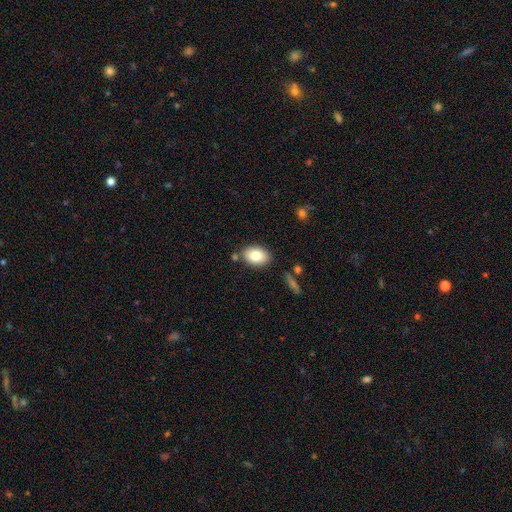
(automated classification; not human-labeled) Overall: smooth (81%). How rounded: in between (83%). Merging: none (81%).